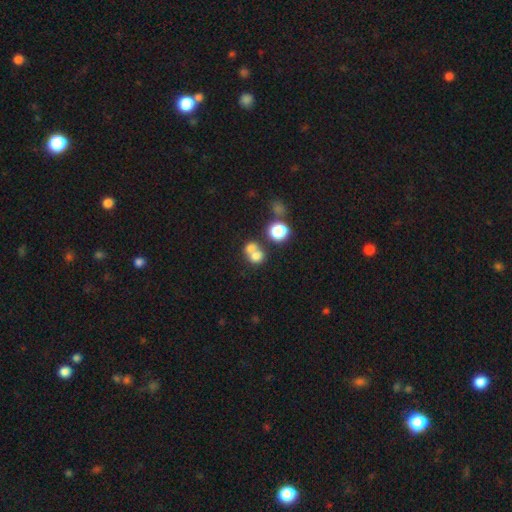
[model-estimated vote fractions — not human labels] smooth 70%, star or artifact 15%, featured or disk 15%. Down the decision tree: how rounded — round (74%); merging — merger (56%).